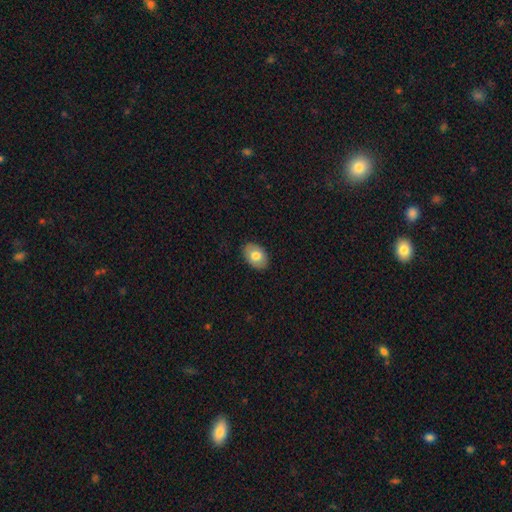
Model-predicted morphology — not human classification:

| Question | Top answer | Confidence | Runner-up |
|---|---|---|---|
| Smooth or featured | smooth | 75% | featured or disk (18%) |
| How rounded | in between | 84% | round (15%) |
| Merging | none | 87% | minor disturbance (10%) |